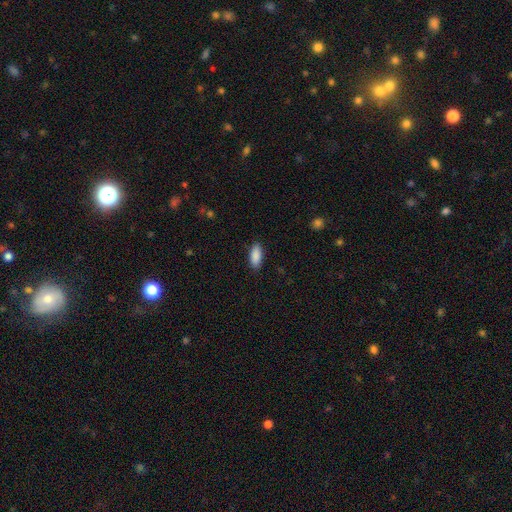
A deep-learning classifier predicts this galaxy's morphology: smooth-or-featured: smooth: 89% | star or artifact: 6% | featured or disk: 4%
  how-rounded: in between: 84% | cigar-shaped: 14% | round: 2%
  merging: none: 88% | minor disturbance: 9% | major disturbance: 2% | merger: 1%